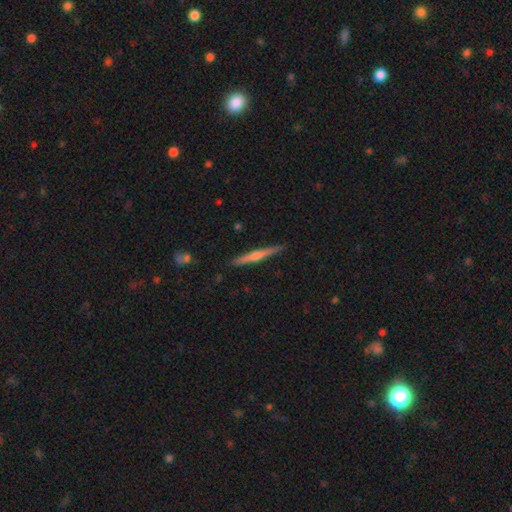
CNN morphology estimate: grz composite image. It shows a featured or disk galaxy (69%) viewed edge-on (98%) with a rounded central bulge (77%). Merging: none (91%).